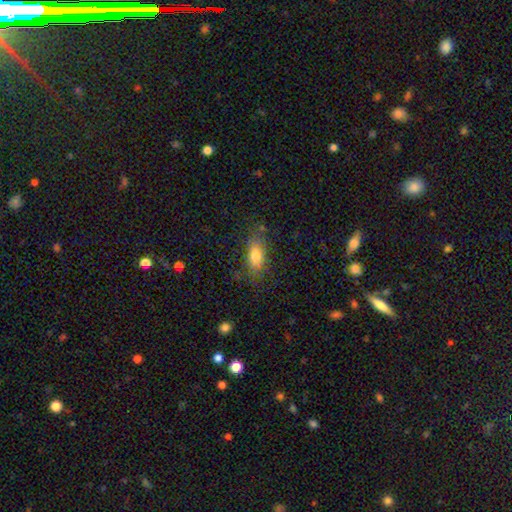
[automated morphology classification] Smooth or featured?
  - smooth: 71% *
  - featured or disk: 19%
  - star or artifact: 9%
How rounded?
  - in between: 81% *
  - cigar-shaped: 14%
  - round: 5%
Merging?
  - none: 67% *
  - minor disturbance: 21%
  - major disturbance: 10%
  - merger: 2%